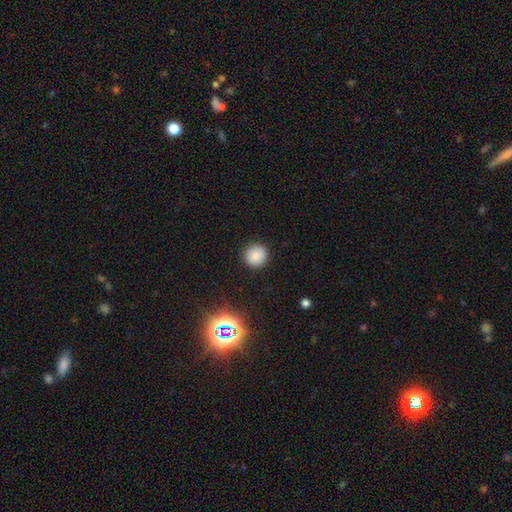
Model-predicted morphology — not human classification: smooth-or-featured: smooth: 82% | star or artifact: 12% | featured or disk: 6%
  how-rounded: round: 94% | in between: 5% | cigar-shaped: 1%
  merging: none: 89% | minor disturbance: 7% | major disturbance: 2% | merger: 1%